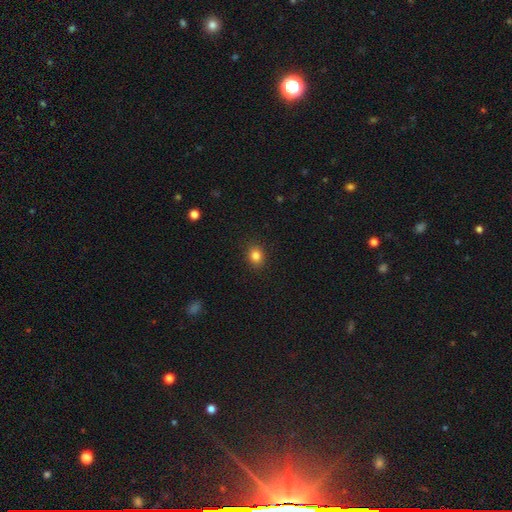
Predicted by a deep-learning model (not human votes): Morphology: type=smooth (84%); roundness=round (58%); merging=none (89%).